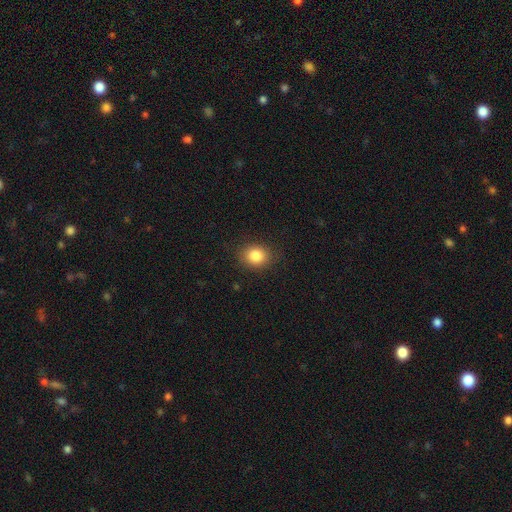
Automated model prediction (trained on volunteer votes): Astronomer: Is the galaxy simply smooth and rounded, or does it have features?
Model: smooth — 84%.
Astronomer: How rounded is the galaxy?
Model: round — 58% (runner-up: in between, 41%).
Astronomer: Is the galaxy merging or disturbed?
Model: none — 86%.